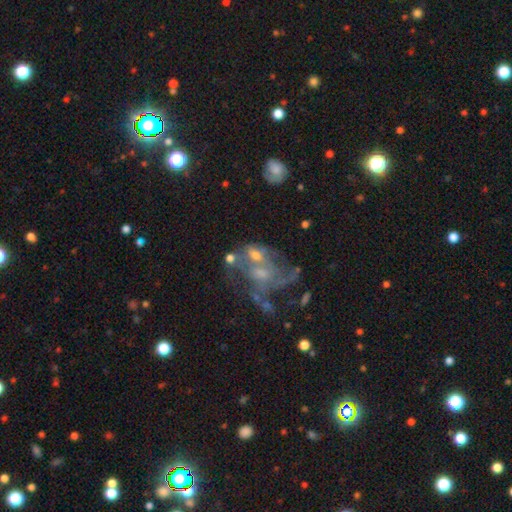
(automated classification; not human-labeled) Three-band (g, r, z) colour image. It shows a featured or disk galaxy (66%) with no bar (71%), no spiral arms (55%) and a small central bulge (37%). Merging: merger (34%).